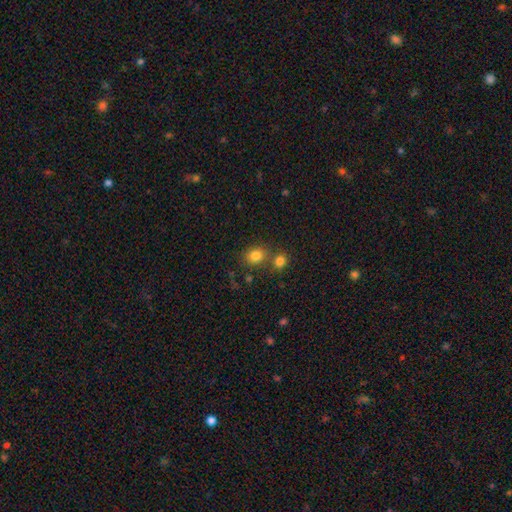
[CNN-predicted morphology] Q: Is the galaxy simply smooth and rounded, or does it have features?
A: smooth — 81%.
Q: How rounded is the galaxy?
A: round — 67%.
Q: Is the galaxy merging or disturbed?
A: none — 62%.